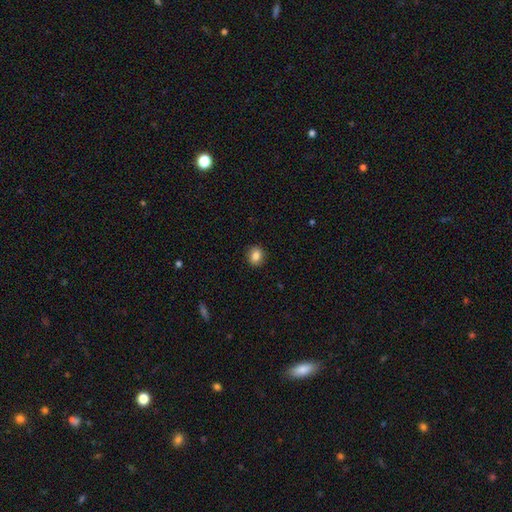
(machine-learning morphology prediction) A smooth galaxy with no disk features (86%) that is round (69%). Merging: none (90%).